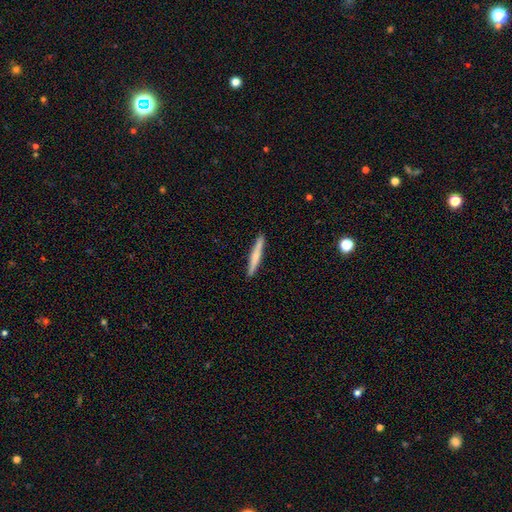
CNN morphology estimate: A smooth galaxy with no disk features (61%) that is cigar-shaped (96%). Merging: none (92%).